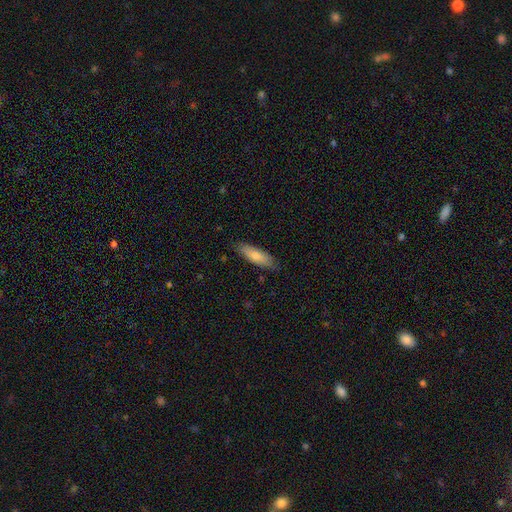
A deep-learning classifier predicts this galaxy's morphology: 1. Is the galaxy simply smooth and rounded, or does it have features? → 75% smooth, 20% featured or disk, 6% star or artifact.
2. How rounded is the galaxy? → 52% in between, 47% cigar-shaped, 2% round.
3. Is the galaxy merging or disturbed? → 81% none, 15% minor disturbance, 2% major disturbance, 1% merger.